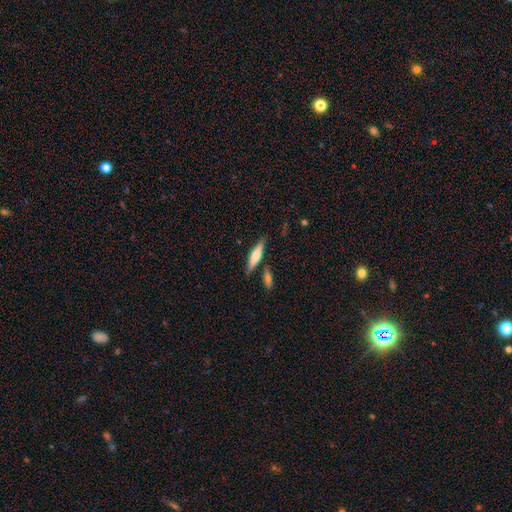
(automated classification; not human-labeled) This appears to be a smooth galaxy with no disk features (53%) that is cigar-shaped (75%). Merging: none (79%).